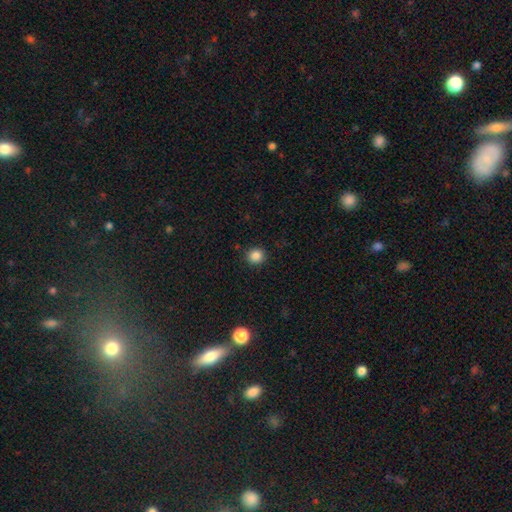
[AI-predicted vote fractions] Smooth or featured?
  - smooth: 85% *
  - star or artifact: 11%
  - featured or disk: 4%
How rounded?
  - round: 90% *
  - in between: 10%
  - cigar-shaped: 1%
Merging?
  - none: 90% *
  - minor disturbance: 7%
  - major disturbance: 2%
  - merger: 1%